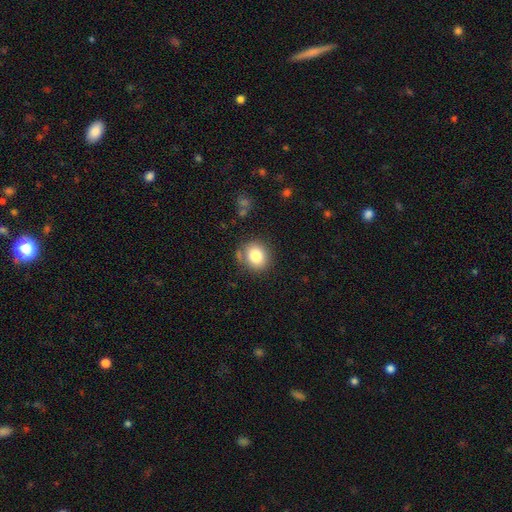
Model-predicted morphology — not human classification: Smooth or featured? Predicted: smooth (p=0.82). How rounded? Predicted: round (p=0.74). Merging? Predicted: none (p=0.77).